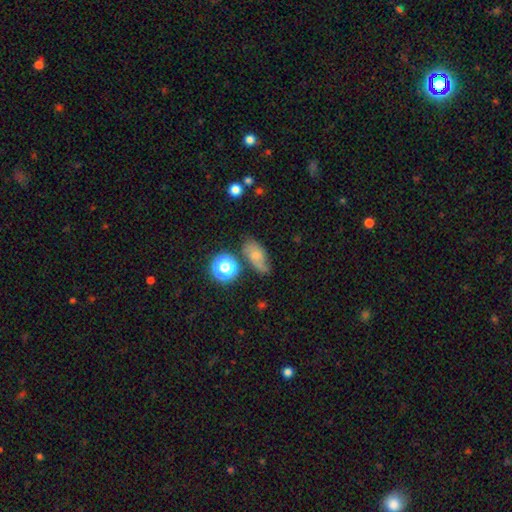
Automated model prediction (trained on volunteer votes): smooth 62%, featured or disk 24%, star or artifact 15%. Down the decision tree: how rounded — in between (78%); merging — none (54%).